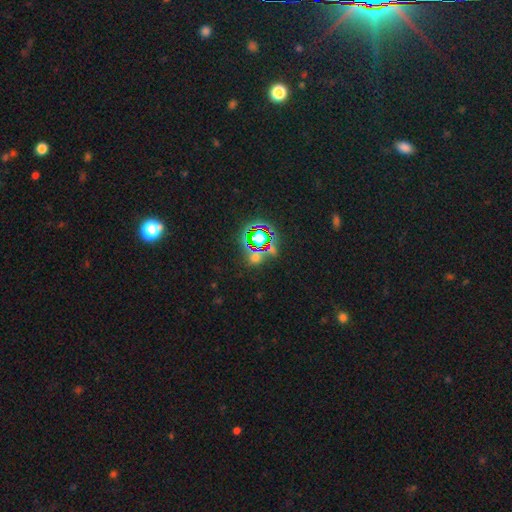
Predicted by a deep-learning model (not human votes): Overall: star or artifact (72%).